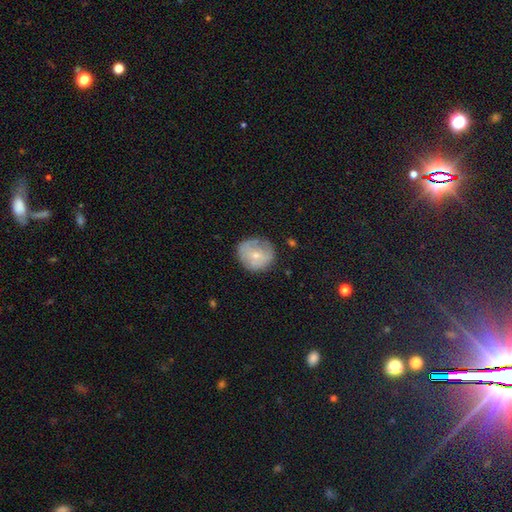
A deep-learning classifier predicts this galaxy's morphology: type=smooth (56%); roundness=round (85%); merging=none (70%).